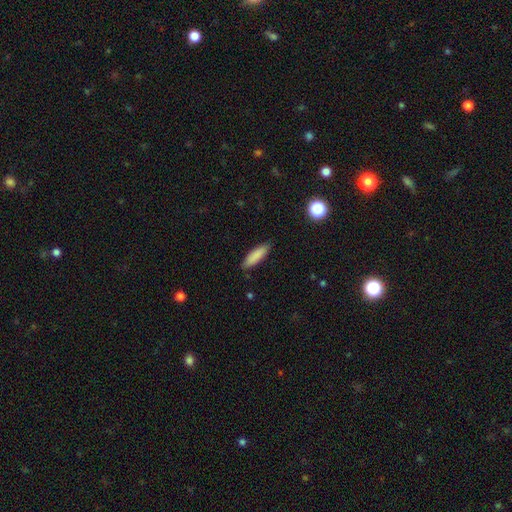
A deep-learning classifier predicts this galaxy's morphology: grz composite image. It shows a smooth galaxy with no disk features (86%) that is cigar-shaped (59%). Merging: none (87%).